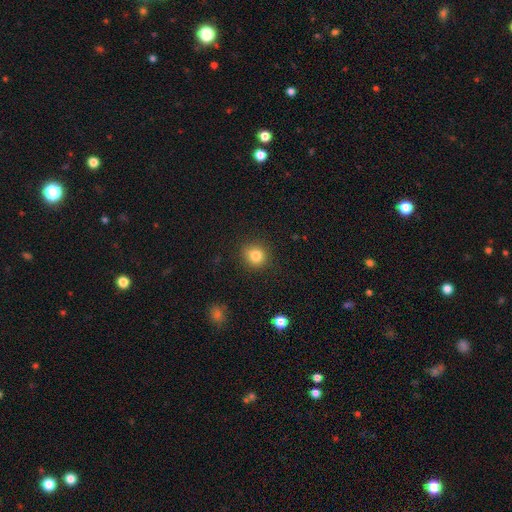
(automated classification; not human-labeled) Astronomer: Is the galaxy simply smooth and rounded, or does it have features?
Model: smooth — 83%.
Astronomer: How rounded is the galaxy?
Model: round — 86%.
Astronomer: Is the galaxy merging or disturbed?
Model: none — 88%.